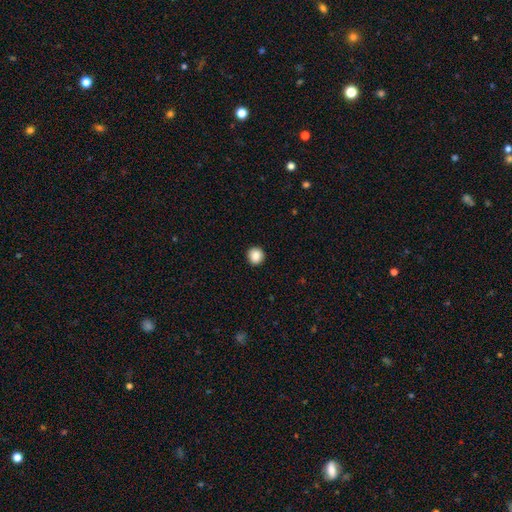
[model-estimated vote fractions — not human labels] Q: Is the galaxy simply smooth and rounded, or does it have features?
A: smooth — 87%.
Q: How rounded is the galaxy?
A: round — 94%.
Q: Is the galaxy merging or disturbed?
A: none — 93%.